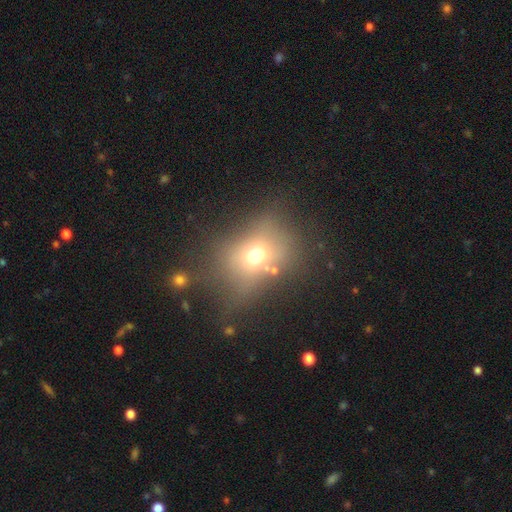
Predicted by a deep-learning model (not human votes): smooth 64%, star or artifact 18%, featured or disk 18%. Down the decision tree: how rounded — round (50%); merging — none (54%).